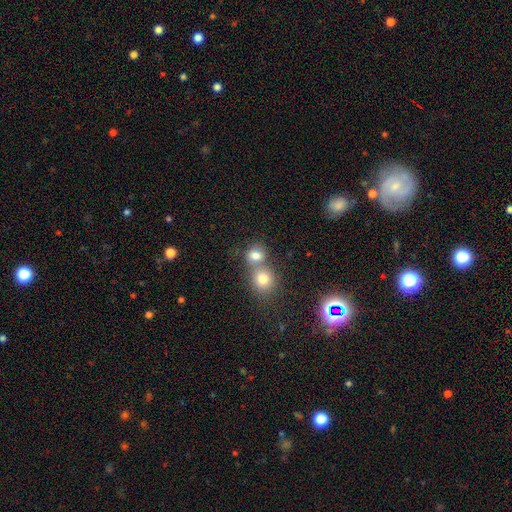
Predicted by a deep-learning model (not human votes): This is likely a smooth galaxy (79%). How rounded: likely round (73%). Merging: possibly merger (50%).